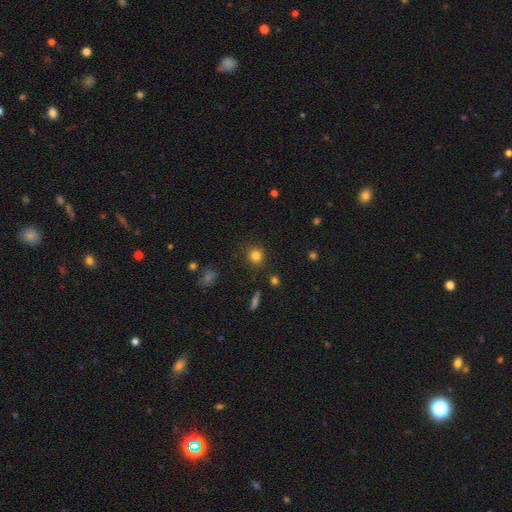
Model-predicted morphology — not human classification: Overall: smooth (82%). How rounded: round (89%). Merging: none (88%).